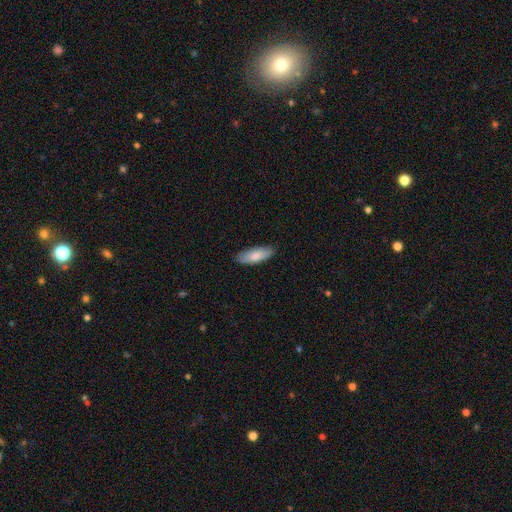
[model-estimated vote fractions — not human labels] This appears to be a smooth galaxy with no disk features (82%) that is in between round and cigar-shaped (67%). Merging: none (86%).